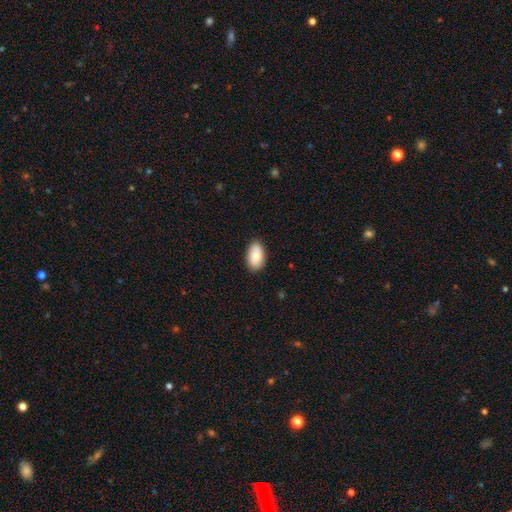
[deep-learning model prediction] This is clearly a smooth galaxy (84%). How rounded: clearly in between (94%). Merging: clearly none (86%).